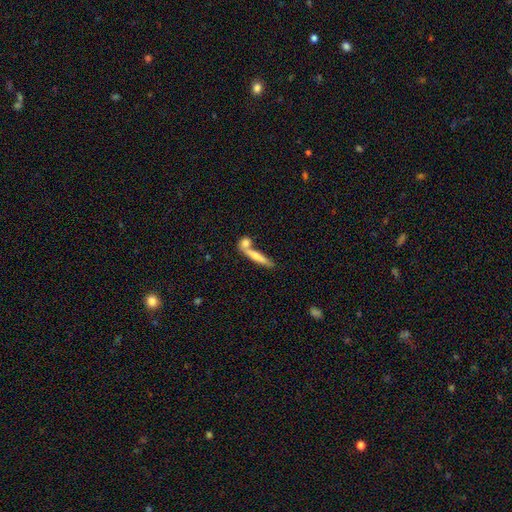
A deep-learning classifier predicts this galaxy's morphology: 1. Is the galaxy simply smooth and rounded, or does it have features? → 65% smooth, 29% featured or disk, 7% star or artifact.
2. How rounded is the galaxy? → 84% cigar-shaped, 13% in between, 4% round.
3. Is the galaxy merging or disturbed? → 50% none, 34% merger, 12% minor disturbance, 5% major disturbance.